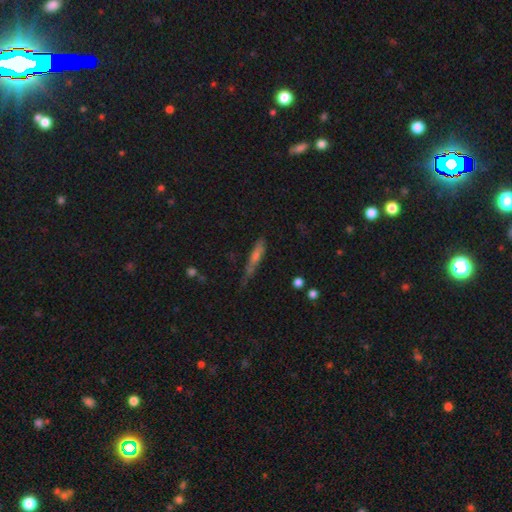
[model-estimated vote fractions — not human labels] smooth_or_featured: smooth (p=0.50) [alt: featured or disk p=0.36]
how_rounded: cigar-shaped (p=0.84) [alt: in between p=0.13]
merging: none (p=0.53) [alt: minor disturbance p=0.29]